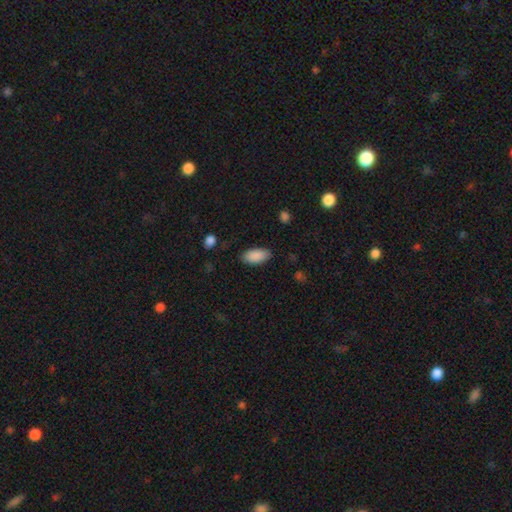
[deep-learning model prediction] Smooth or featured? smooth (90%)
How rounded? in between (93%)
Merging? none (84%)